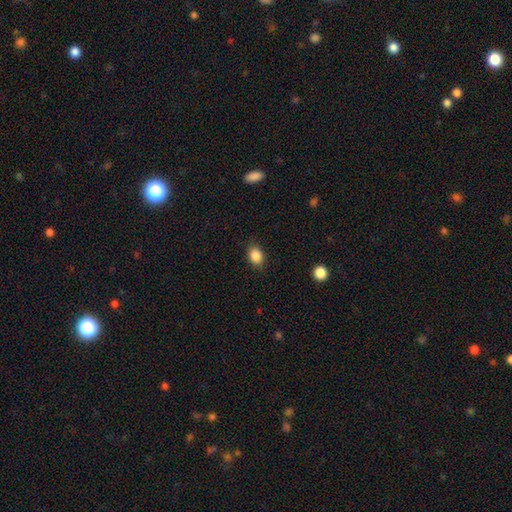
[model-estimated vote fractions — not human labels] smooth 87%, star or artifact 9%, featured or disk 4%. Down the decision tree: how rounded — in between (70%); merging — none (86%).